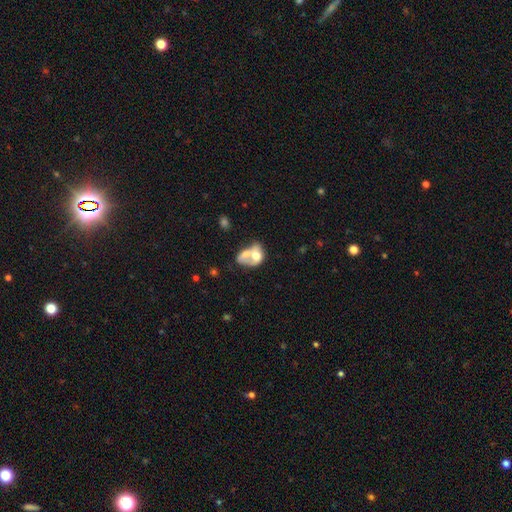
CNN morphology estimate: Q: Smooth or featured?
A: smooth (47%); runner-up: featured or disk (41%)
Q: Merging?
A: merger (69%); runner-up: none (16%)